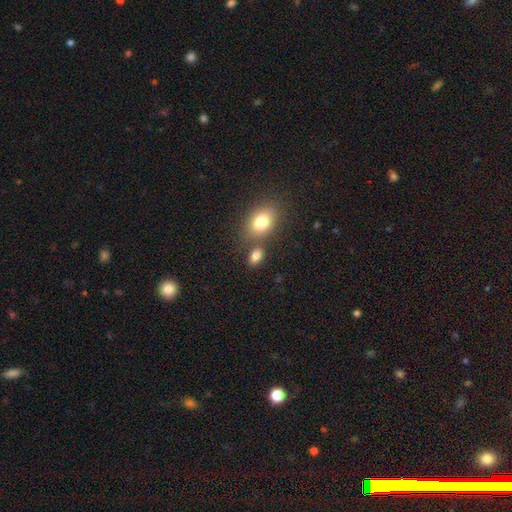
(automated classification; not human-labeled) Smooth or featured: smooth — 82% (star or artifact — 10%)
How rounded: in between — 82% (round — 15%)
Merging: none — 64% (merger — 21%)